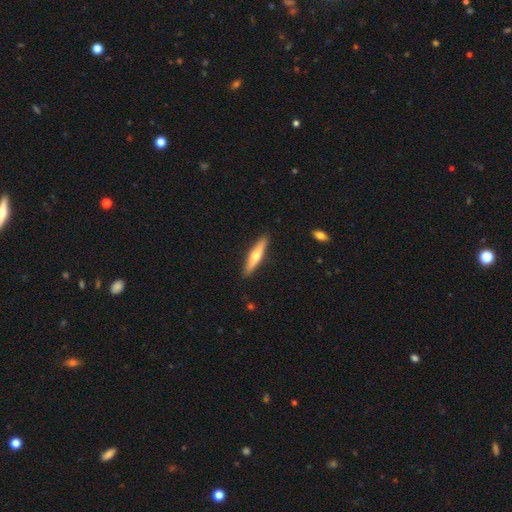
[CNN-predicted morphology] featured or disk 51%, smooth 44%, star or artifact 5%. Down the decision tree: edge-on disk — yes (94%); merging — none (90%).